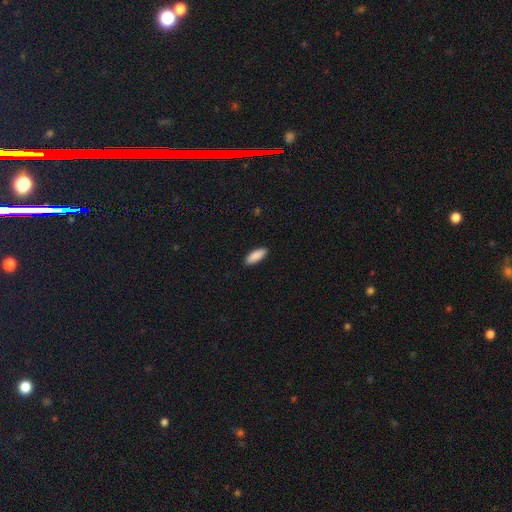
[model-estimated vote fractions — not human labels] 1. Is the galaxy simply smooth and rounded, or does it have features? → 91% smooth, 5% star or artifact, 4% featured or disk.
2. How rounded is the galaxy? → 73% in between, 25% cigar-shaped, 2% round.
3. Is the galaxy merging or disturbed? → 90% none, 7% minor disturbance, 2% major disturbance, 1% merger.